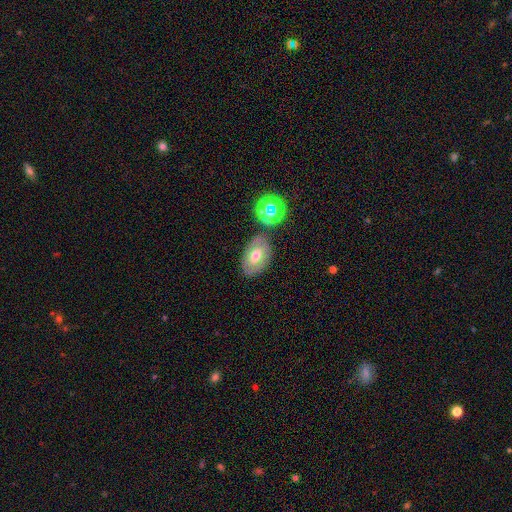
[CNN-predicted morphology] Q: Smooth or featured?
A: smooth (51%); runner-up: featured or disk (37%)
Q: How rounded?
A: in between (87%); runner-up: round (12%)
Q: Merging?
A: none (73%); runner-up: minor disturbance (15%)